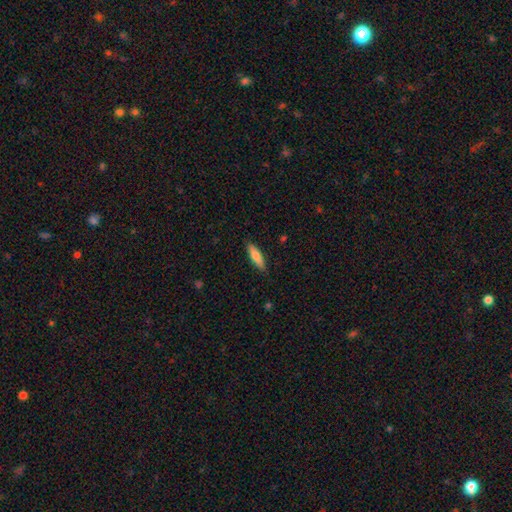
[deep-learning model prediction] The model was most divided on "how rounded": cigar-shaped: 65%, in between: 34%, round: 2%. More confident: merging — none (88%); smooth or featured — smooth (72%).